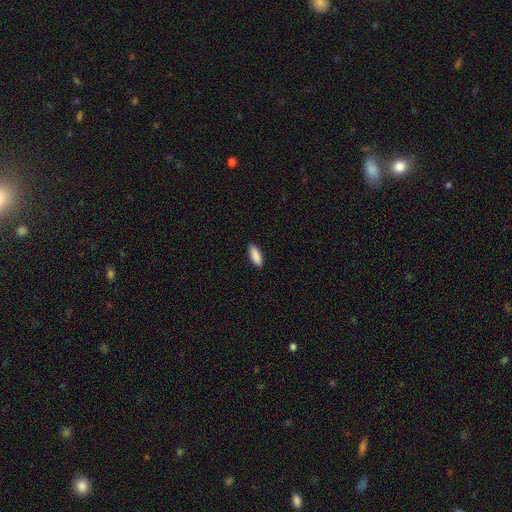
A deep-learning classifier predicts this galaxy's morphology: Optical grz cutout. It shows a smooth galaxy with no disk features (90%) that is in between round and cigar-shaped (71%). Merging: none (90%).